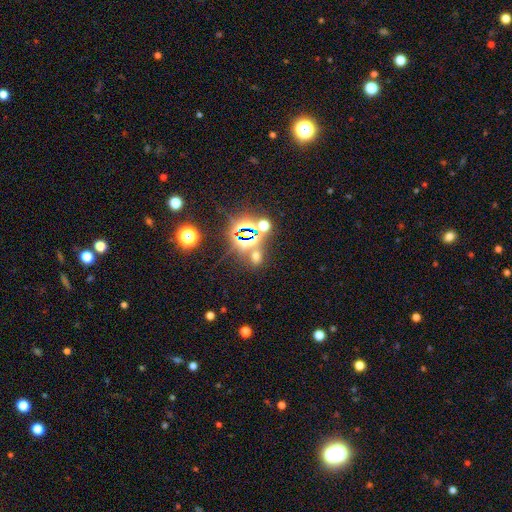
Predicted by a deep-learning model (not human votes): smooth-or-featured: star or artifact: 54% | smooth: 37% | featured or disk: 9%